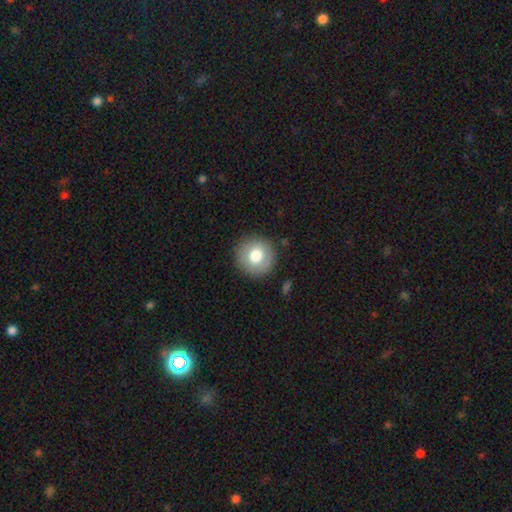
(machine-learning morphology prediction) Smooth or featured?
  - smooth: 76% *
  - featured or disk: 16%
  - star or artifact: 9%
How rounded?
  - round: 94% *
  - in between: 5%
  - cigar-shaped: 1%
Merging?
  - none: 88% *
  - minor disturbance: 8%
  - major disturbance: 3%
  - merger: 1%